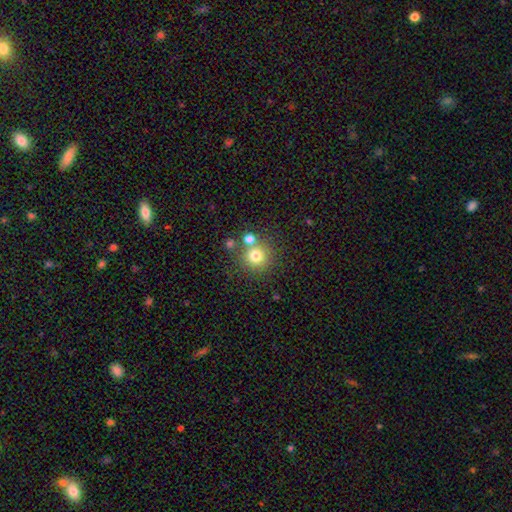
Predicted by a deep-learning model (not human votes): Morphology: type=smooth (75%); roundness=round (93%); merging=none (71%).